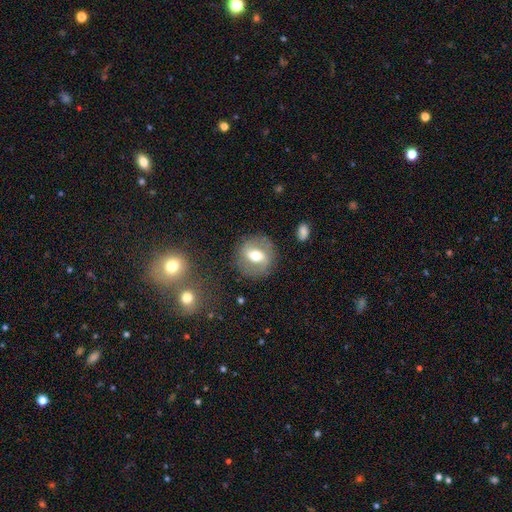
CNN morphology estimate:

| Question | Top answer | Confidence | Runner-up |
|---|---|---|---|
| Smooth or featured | featured or disk | 48% | smooth (43%) |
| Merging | none | 80% | minor disturbance (12%) |